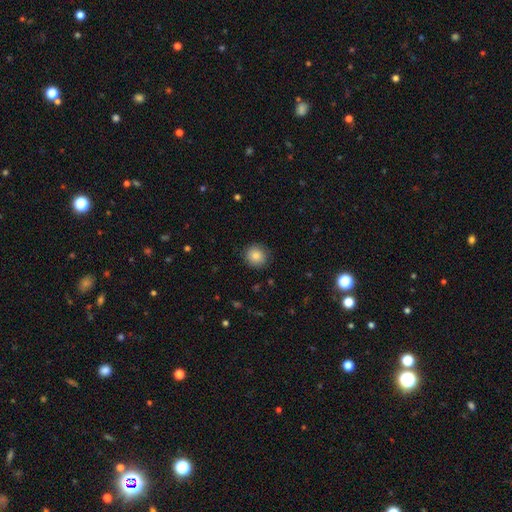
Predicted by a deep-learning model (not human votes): Smooth or featured?
  - smooth: 86% *
  - star or artifact: 9%
  - featured or disk: 5%
How rounded?
  - round: 90% *
  - in between: 9%
  - cigar-shaped: 1%
Merging?
  - none: 88% *
  - minor disturbance: 9%
  - major disturbance: 2%
  - merger: 1%